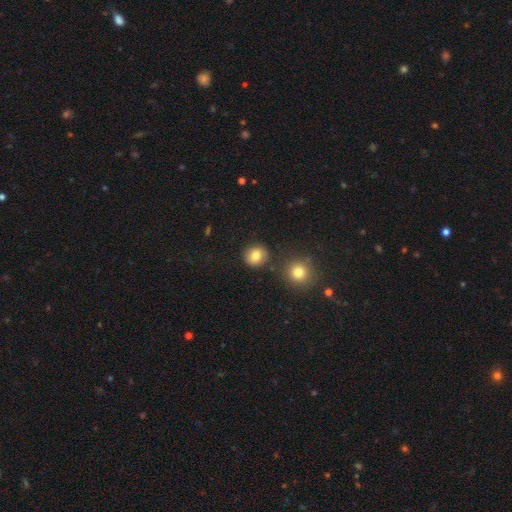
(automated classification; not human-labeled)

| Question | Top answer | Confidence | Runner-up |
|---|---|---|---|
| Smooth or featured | smooth | 82% | star or artifact (11%) |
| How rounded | round | 85% | in between (14%) |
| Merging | none | 86% | minor disturbance (8%) |